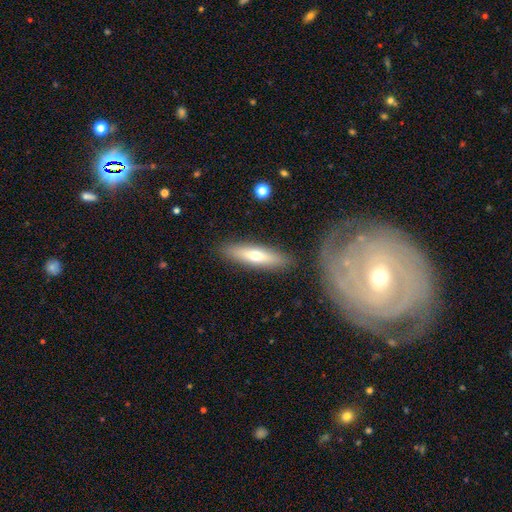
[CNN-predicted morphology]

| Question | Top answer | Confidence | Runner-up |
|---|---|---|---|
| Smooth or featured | smooth | 55% | featured or disk (38%) |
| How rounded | cigar-shaped | 71% | in between (27%) |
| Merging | none | 86% | minor disturbance (9%) |